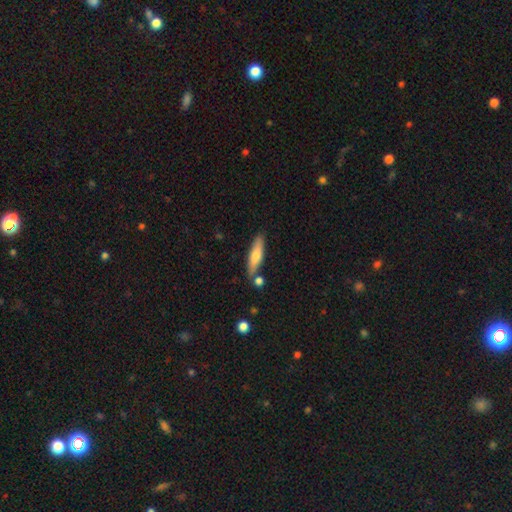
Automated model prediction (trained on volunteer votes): Smooth or featured? Predicted: smooth (p=0.61). How rounded? Predicted: cigar-shaped (p=0.77). Merging? Predicted: none (p=0.79).